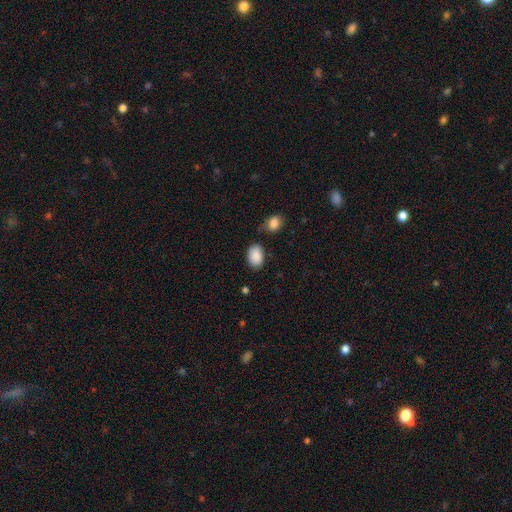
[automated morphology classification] A smooth galaxy with no disk features (88%) that is in between round and cigar-shaped (84%). Merging: none (71%).